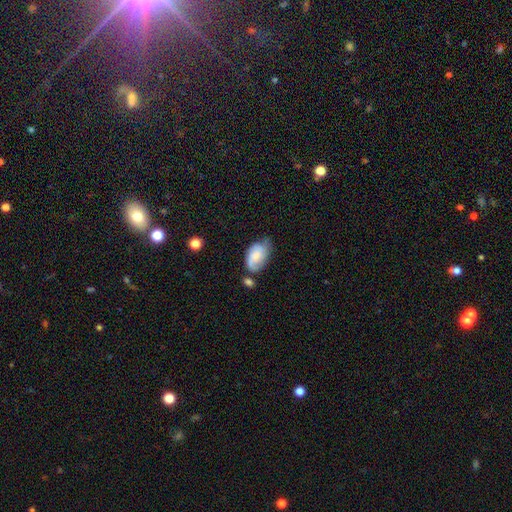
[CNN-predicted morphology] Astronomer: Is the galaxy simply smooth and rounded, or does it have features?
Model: smooth — 48% (runner-up: featured or disk, 44%).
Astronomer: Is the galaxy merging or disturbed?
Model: none — 45% (runner-up: minor disturbance, 33%).